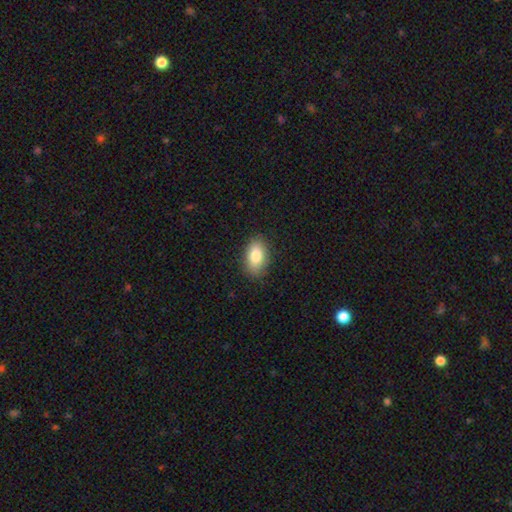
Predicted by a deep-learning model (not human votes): A smooth galaxy with no disk features (84%) that is in between round and cigar-shaped (91%).

Vote fractions:
- Smooth or featured? smooth: 84% / featured or disk: 9% / star or artifact: 8%
- How rounded? in between: 91% / round: 7% / cigar-shaped: 2%
- Merging? none: 87% / minor disturbance: 10% / major disturbance: 2% / merger: 1%